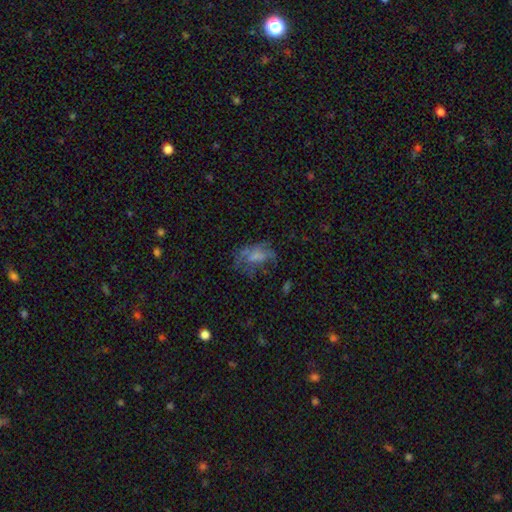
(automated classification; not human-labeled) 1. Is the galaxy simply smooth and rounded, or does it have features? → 47% smooth, 37% featured or disk, 16% star or artifact.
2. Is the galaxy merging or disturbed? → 38% none, 35% major disturbance, 23% minor disturbance, 5% merger.